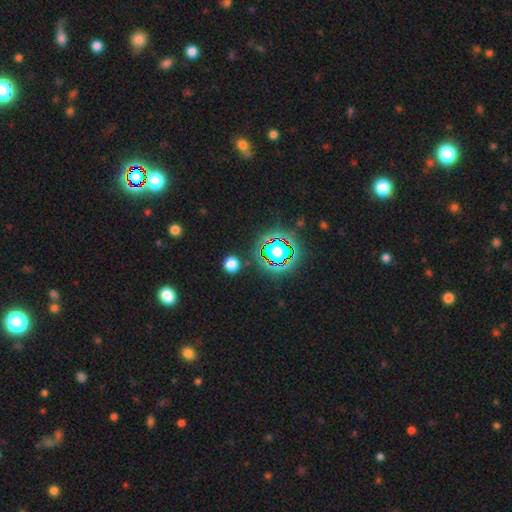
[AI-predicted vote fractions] A star or artifact, not a galaxy (78%).